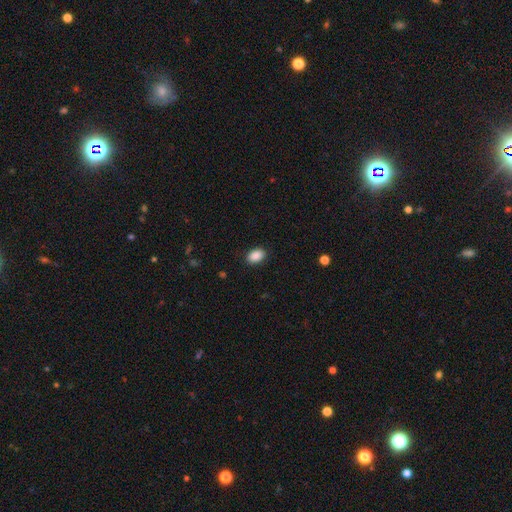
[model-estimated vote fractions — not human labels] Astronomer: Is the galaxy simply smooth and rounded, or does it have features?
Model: smooth — 90%.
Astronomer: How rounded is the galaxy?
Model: in between — 86%.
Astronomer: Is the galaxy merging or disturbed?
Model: none — 88%.